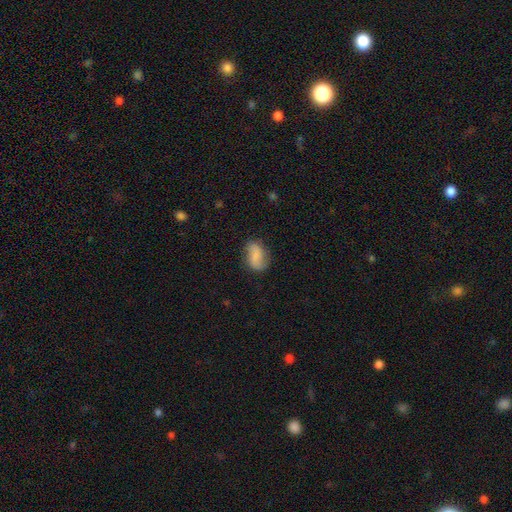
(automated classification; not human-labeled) Morphology: type=smooth (64%); roundness=in between (85%); merging=none (71%).